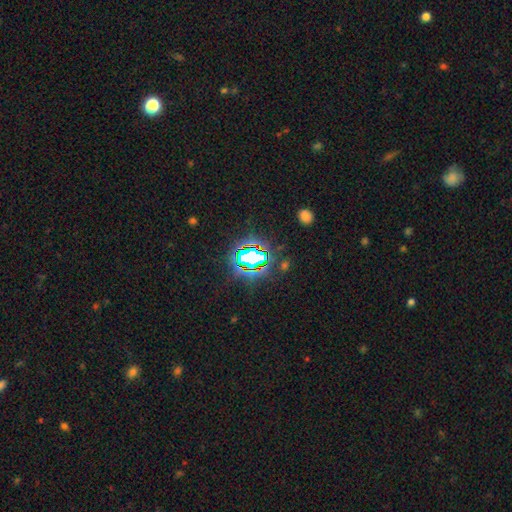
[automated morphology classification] This is likely a star or artifact rather than a galaxy (73%).